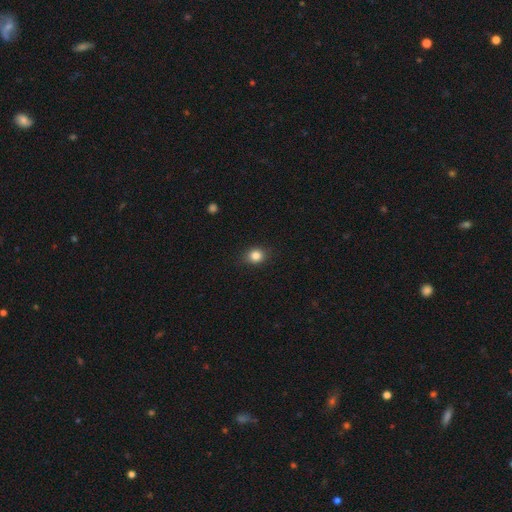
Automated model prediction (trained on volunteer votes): smooth_or_featured: smooth (p=0.84) [alt: star or artifact p=0.11]
how_rounded: round (p=0.64) [alt: in between p=0.35]
merging: none (p=0.86) [alt: minor disturbance p=0.11]